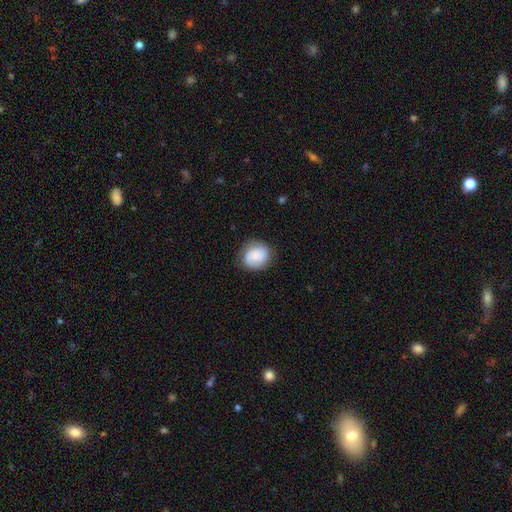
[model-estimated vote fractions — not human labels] Smooth or featured: smooth — 67% (featured or disk — 26%)
How rounded: round — 76% (in between — 24%)
Merging: none — 80% (minor disturbance — 15%)